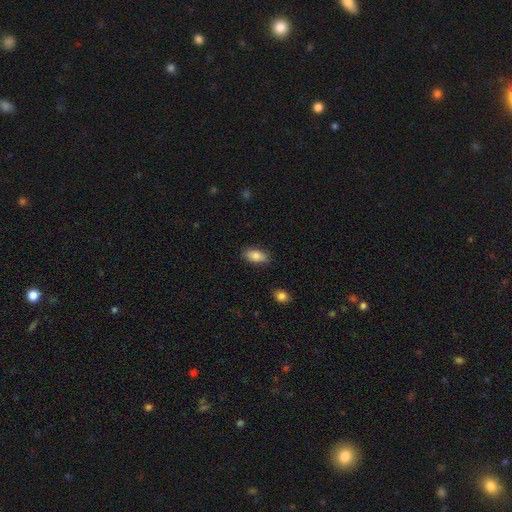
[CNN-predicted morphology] Smooth or featured? Predicted: smooth (p=0.85). How rounded? Predicted: in between (p=0.91). Merging? Predicted: none (p=0.86).